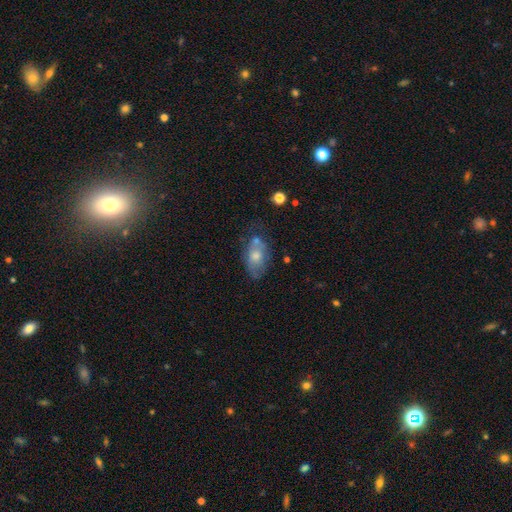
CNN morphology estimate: This appears to be a smooth galaxy with no disk features (56%) that is in between round and cigar-shaped (87%). Merging: none (47%).